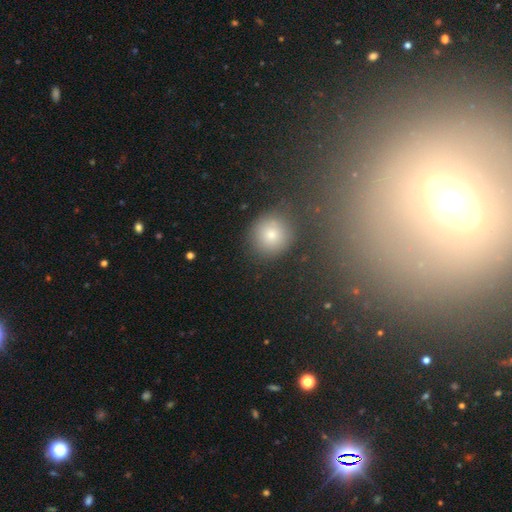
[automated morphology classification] Overall: star or artifact (38%, tied with smooth).